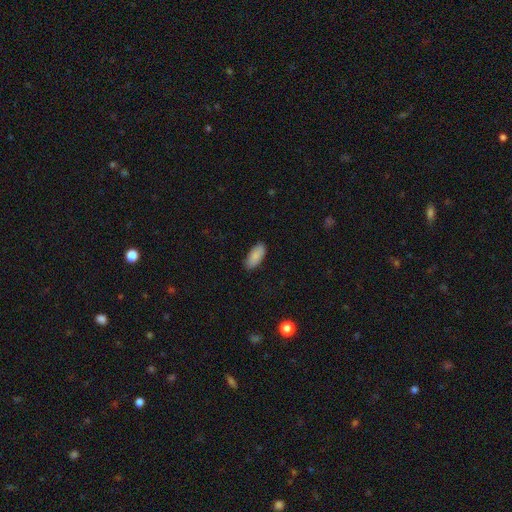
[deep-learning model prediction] This is clearly a smooth galaxy (87%). How rounded: clearly in between (88%). Merging: clearly none (86%).